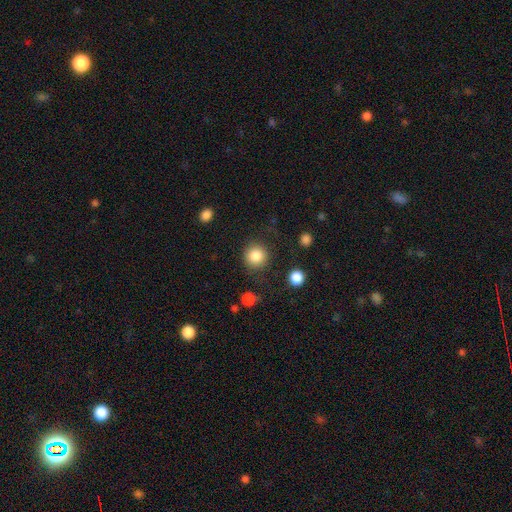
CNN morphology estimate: Smooth or featured: smooth — 85% (star or artifact — 10%)
How rounded: round — 94% (in between — 5%)
Merging: none — 85% (minor disturbance — 8%)